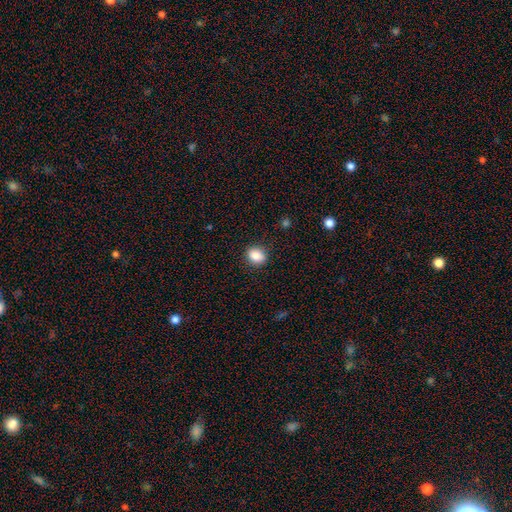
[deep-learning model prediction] This appears to be a smooth galaxy with no disk features (87%) that is in between round and cigar-shaped (53%). Merging: none (87%).